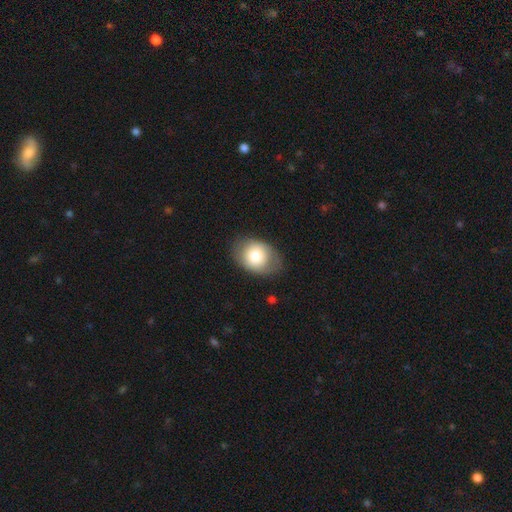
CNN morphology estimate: This appears to be a smooth galaxy with no disk features (75%) that is in between round and cigar-shaped (71%). Merging: none (76%).